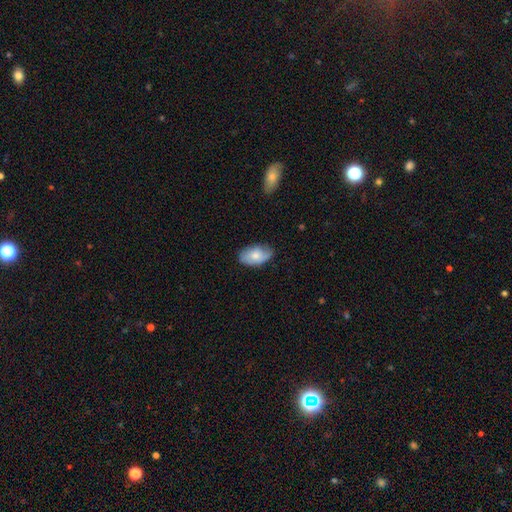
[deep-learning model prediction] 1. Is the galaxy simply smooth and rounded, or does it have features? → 68% smooth, 26% featured or disk, 6% star or artifact.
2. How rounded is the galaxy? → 93% in between, 5% round, 2% cigar-shaped.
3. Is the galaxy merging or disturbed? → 67% none, 27% minor disturbance, 5% major disturbance, 1% merger.